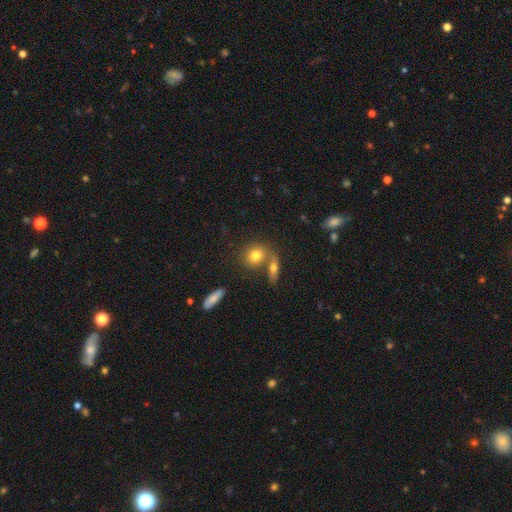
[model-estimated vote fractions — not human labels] smooth_or_featured: smooth (p=0.75) [alt: featured or disk p=0.15]
how_rounded: round (p=0.58) [alt: in between p=0.39]
merging: none (p=0.51) [alt: merger p=0.35]